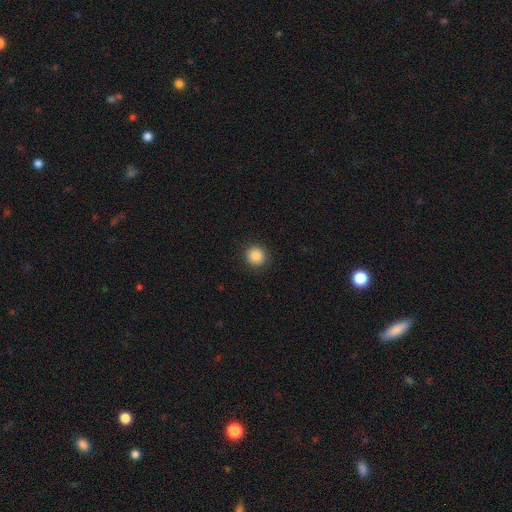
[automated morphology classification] This appears to be a smooth galaxy with no disk features (87%) that is round (93%). Merging: none (91%).